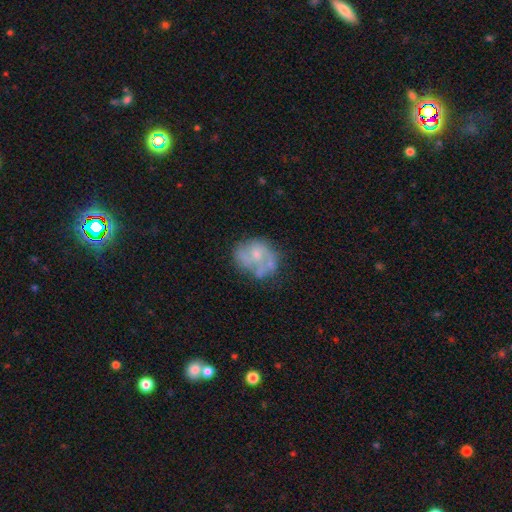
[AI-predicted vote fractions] Q: Smooth or featured?
A: featured or disk (62%); runner-up: smooth (31%)
Q: Edge-on disk?
A: no (98%); runner-up: yes (2%)
Q: Bar?
A: no (76%); runner-up: weak (20%)
Q: Spiral arms?
A: yes (54%); runner-up: no (46%)
Q: Bulge size?
A: small (51%); runner-up: moderate (32%)
Q: Merging?
A: none (45%); runner-up: minor disturbance (25%)